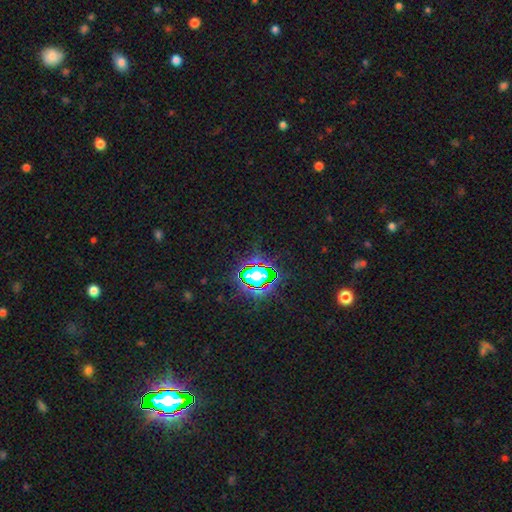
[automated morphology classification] This appears to be a star or artifact, not a galaxy (80%).